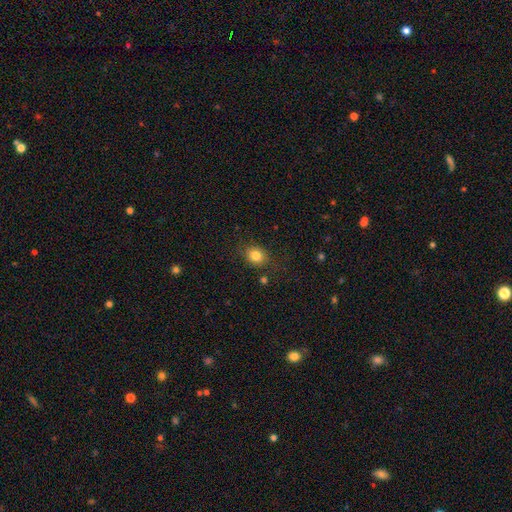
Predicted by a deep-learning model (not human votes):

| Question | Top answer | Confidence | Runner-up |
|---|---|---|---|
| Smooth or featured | smooth | 82% | star or artifact (11%) |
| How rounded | round | 63% | in between (36%) |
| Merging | none | 81% | minor disturbance (13%) |